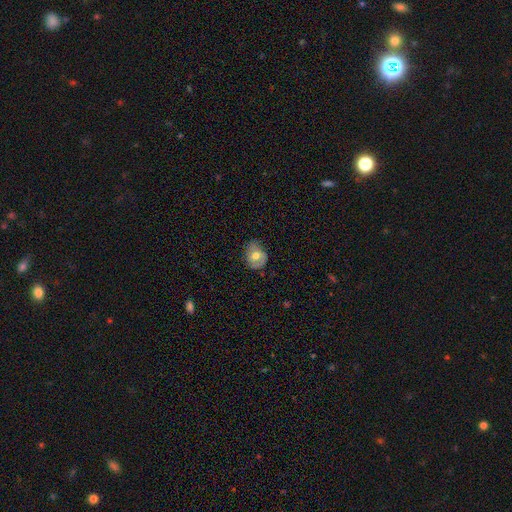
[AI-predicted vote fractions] Smooth or featured?
  - smooth: 58% *
  - featured or disk: 34%
  - star or artifact: 8%
How rounded?
  - round: 58% *
  - in between: 41%
  - cigar-shaped: 1%
Merging?
  - none: 64% *
  - minor disturbance: 27%
  - major disturbance: 7%
  - merger: 1%